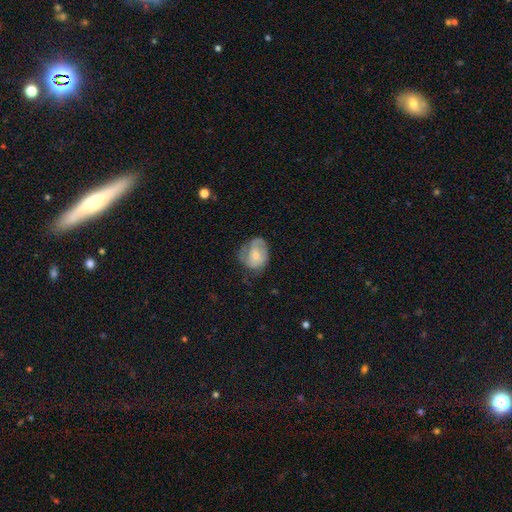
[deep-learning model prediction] smooth 52%, featured or disk 41%, star or artifact 7%. Down the decision tree: how rounded — in between (58%); merging — none (45%).